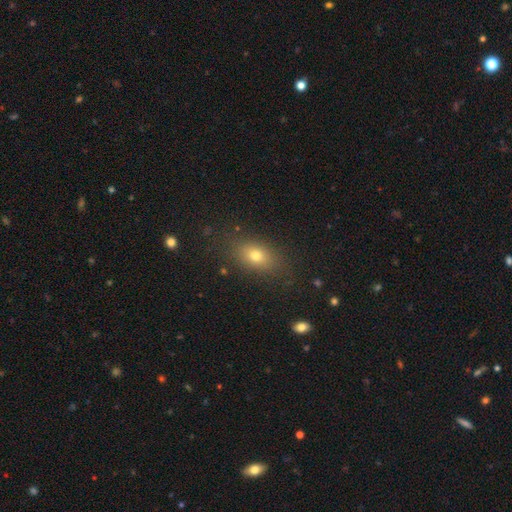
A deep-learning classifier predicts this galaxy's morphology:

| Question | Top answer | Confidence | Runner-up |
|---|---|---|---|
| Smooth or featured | smooth | 73% | featured or disk (14%) |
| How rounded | in between | 77% | round (19%) |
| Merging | none | 83% | minor disturbance (11%) |